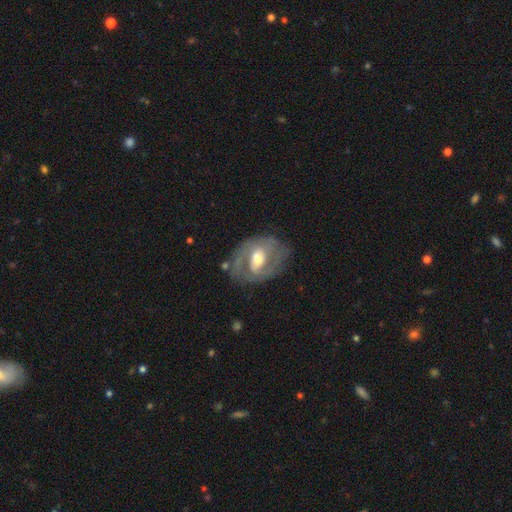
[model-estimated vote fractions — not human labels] Smooth or featured? featured or disk (76%)
Edge-on disk? no (95%)
Bar? weak (44%)
Spiral arms? yes (73%)
Spiral winding? tight (44%)
Spiral arm count? 2 (64%)
Bulge size? moderate (68%)
Merging? none (67%)